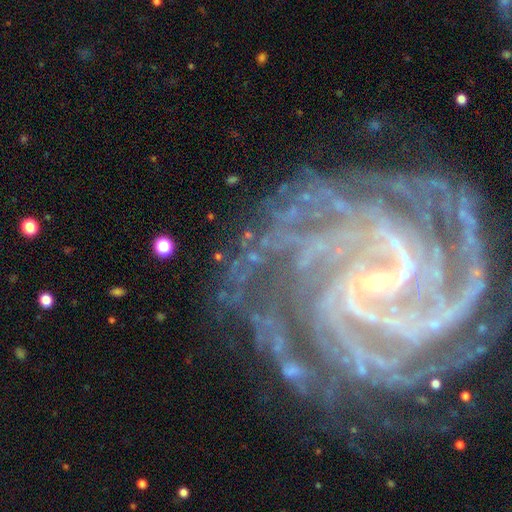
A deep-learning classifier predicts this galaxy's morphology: featured or disk 92%, star or artifact 5%, smooth 3%. Down the decision tree: edge-on disk — no (98%); bar — weak (42%); spiral arms — yes (99%); spiral arm count — 4 (25%); spiral winding — tight (70%); bulge size — small (85%); merging — none (76%).